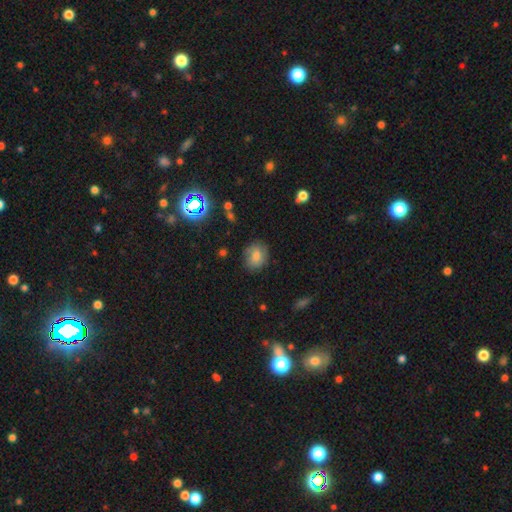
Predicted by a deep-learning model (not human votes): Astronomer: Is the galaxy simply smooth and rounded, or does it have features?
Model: smooth — 65%.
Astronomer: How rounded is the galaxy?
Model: round — 60% (runner-up: in between, 39%).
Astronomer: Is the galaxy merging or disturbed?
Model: none — 78%.